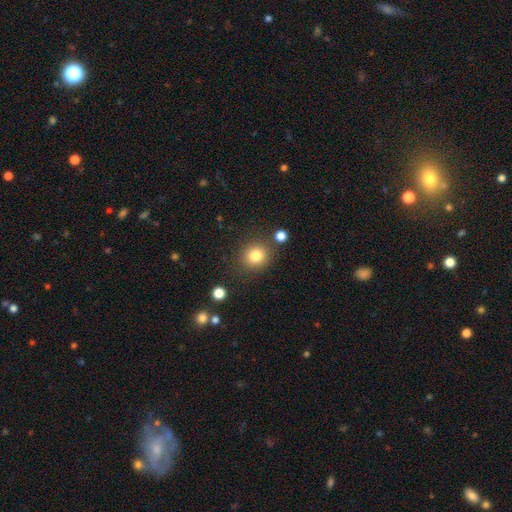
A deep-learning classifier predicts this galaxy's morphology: type=smooth (82%); roundness=round (85%); merging=none (83%).